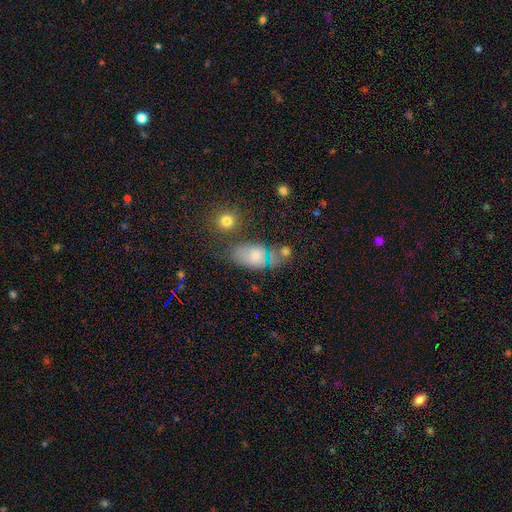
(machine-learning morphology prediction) smooth_or_featured: smooth (p=0.60) [alt: featured or disk p=0.24]
how_rounded: in between (p=0.87) [alt: round p=0.10]
merging: none (p=0.47) [alt: minor disturbance p=0.27]